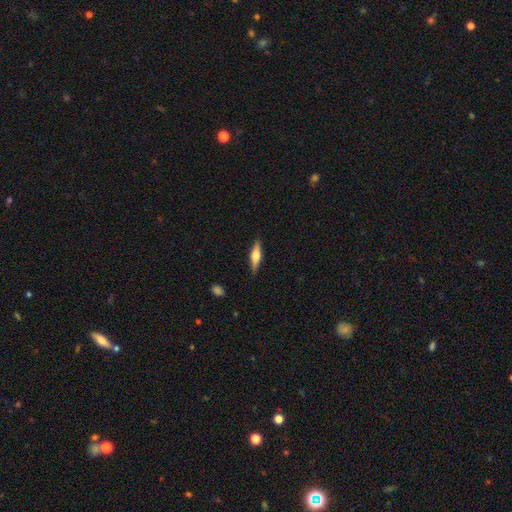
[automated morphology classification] This is possibly a featured or disk galaxy (54%). It is clearly viewed edge-on (95%). Edge-on bulge: clearly rounded (90%). Merging: clearly none (88%).